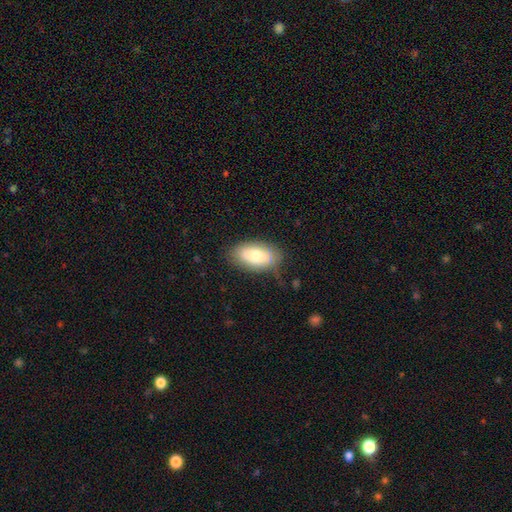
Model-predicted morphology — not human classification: Smooth or featured? Predicted: smooth (p=0.73). How rounded? Predicted: in between (p=0.93). Merging? Predicted: none (p=0.75).